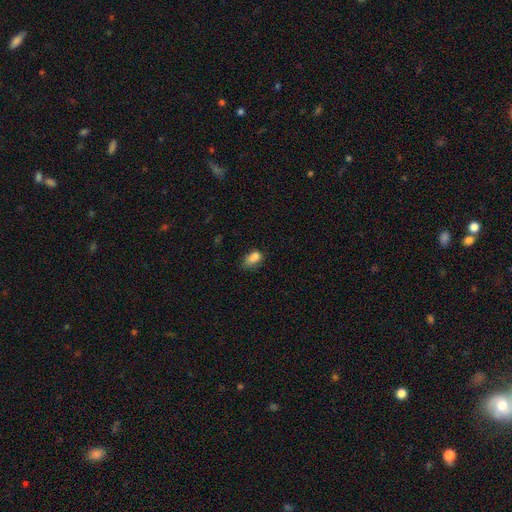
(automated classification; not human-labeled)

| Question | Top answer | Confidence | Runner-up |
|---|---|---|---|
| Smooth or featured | smooth | 82% | star or artifact (11%) |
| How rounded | in between | 86% | round (9%) |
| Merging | none | 44% | minor disturbance (37%) |